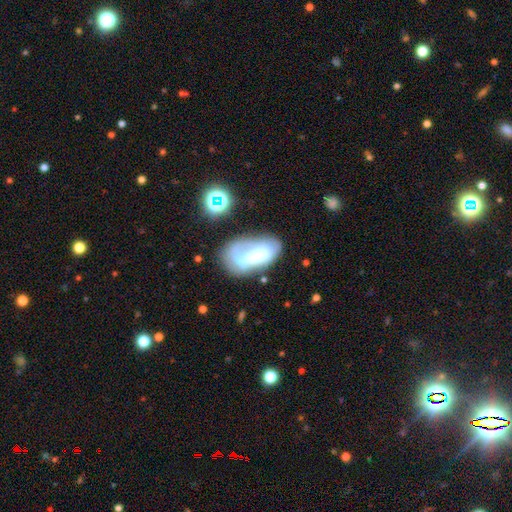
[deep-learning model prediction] The model was most divided on "smooth or featured": featured or disk: 49%, smooth: 40%, star or artifact: 11%. Remaining: merging — none (44%).